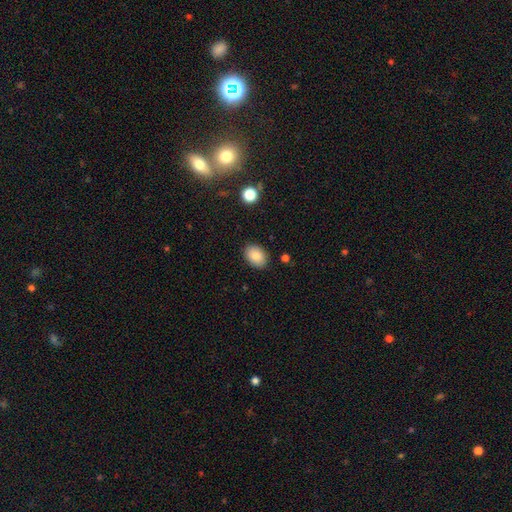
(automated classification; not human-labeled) A smooth galaxy with no disk features (84%) that is in between round and cigar-shaped (79%). Merging: none (87%).